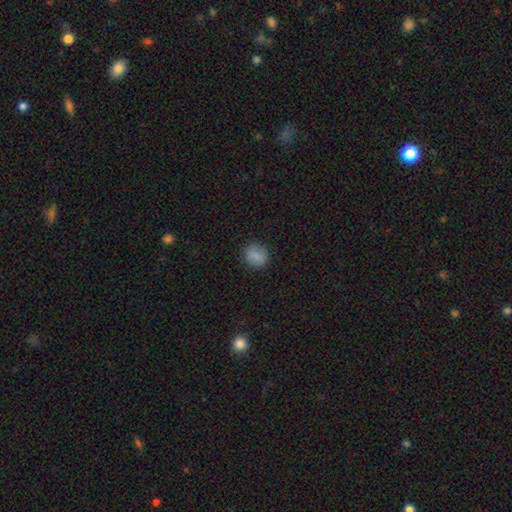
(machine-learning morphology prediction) smooth_or_featured: smooth (p=0.85) [alt: star or artifact p=0.10]
how_rounded: round (p=0.78) [alt: in between p=0.21]
merging: none (p=0.86) [alt: minor disturbance p=0.10]